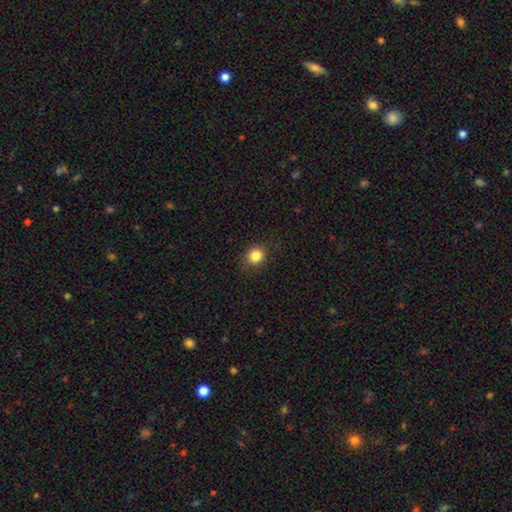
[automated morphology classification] Smooth or featured? Predicted: smooth (p=0.83). How rounded? Predicted: round (p=0.80). Merging? Predicted: none (p=0.86).